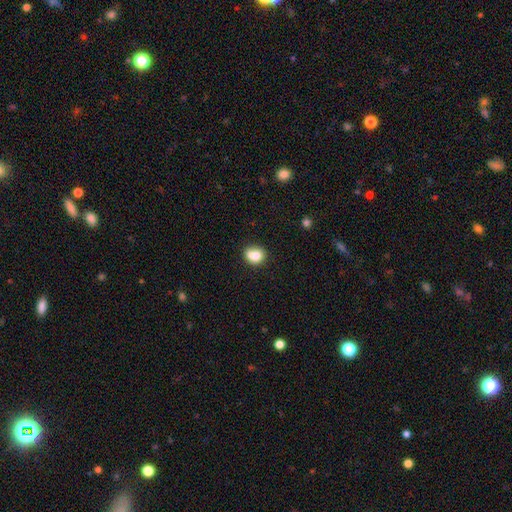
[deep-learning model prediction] Morphology: type=smooth (75%); roundness=round (68%); merging=none (44%).